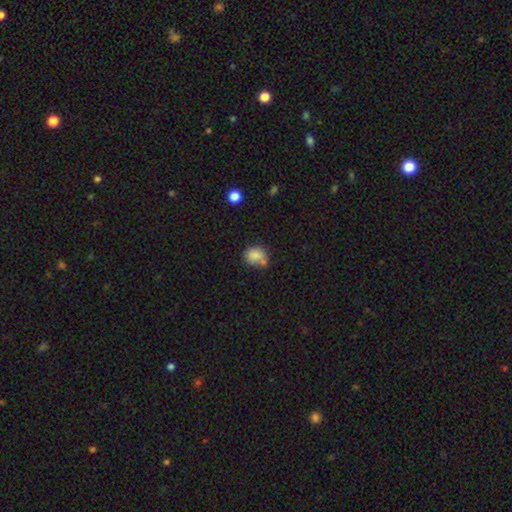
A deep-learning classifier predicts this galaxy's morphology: Smooth or featured? smooth (82%)
How rounded? round (64%)
Merging? none (54%)